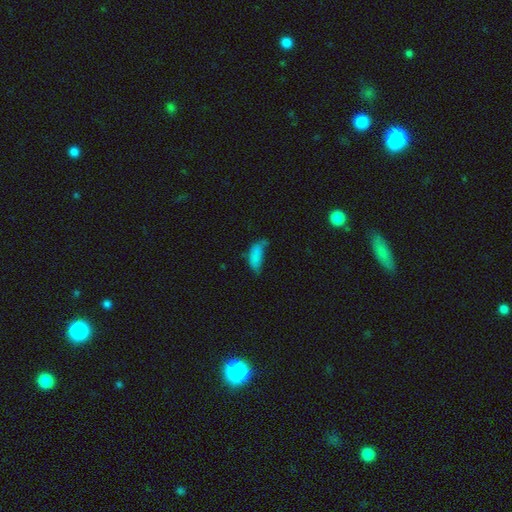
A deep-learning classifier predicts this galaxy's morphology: smooth 76%, featured or disk 14%, star or artifact 11%. Down the decision tree: how rounded — in between (77%); merging — none (34%, tied with minor disturbance).